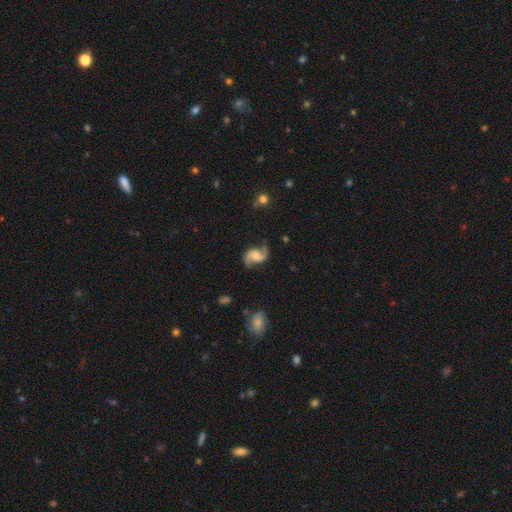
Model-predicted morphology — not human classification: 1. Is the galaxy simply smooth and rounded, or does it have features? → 88% featured or disk, 6% smooth, 5% star or artifact.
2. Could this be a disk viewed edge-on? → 98% no, 2% yes.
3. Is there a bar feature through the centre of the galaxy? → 50% no, 39% weak, 11% strong.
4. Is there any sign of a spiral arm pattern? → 97% yes, 3% no.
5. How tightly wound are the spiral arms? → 52% loose, 40% medium, 8% tight.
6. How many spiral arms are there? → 94% 2, 2% can't tell, 1% 1, 1% 3, 1% 4, 1% more than 4.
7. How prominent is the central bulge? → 32% moderate, 28% small, 27% none, 11% large, 2% dominant.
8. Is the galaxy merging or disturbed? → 78% none, 14% minor disturbance, 6% major disturbance, 2% merger.